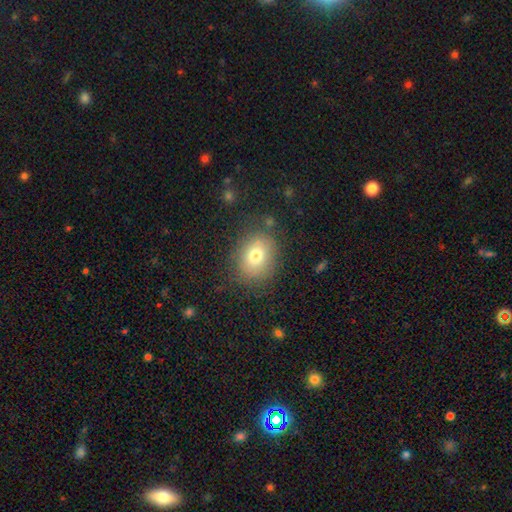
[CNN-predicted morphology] smooth 75%, featured or disk 13%, star or artifact 12%. Down the decision tree: how rounded — round (57%); merging — none (79%).